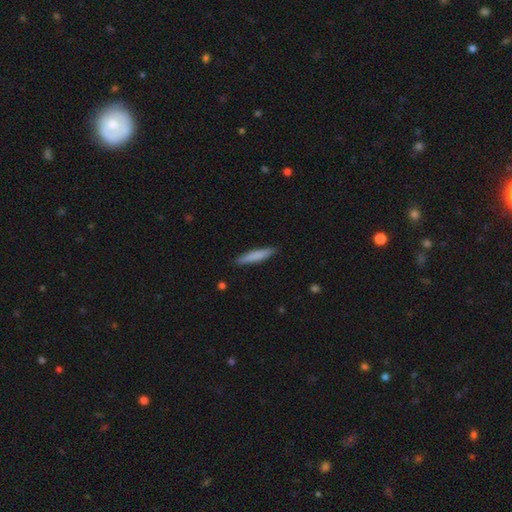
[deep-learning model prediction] Smooth or featured? Predicted: smooth (p=0.78). How rounded? Predicted: cigar-shaped (p=0.91). Merging? Predicted: none (p=0.90).